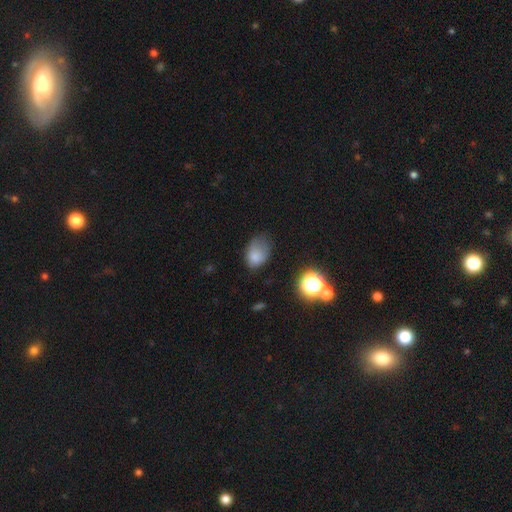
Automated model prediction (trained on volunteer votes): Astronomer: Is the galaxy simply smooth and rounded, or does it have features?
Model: smooth — 76%.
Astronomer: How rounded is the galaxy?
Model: in between — 74%.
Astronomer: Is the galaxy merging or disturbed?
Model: none — 38% (runner-up: minor disturbance, 37%).